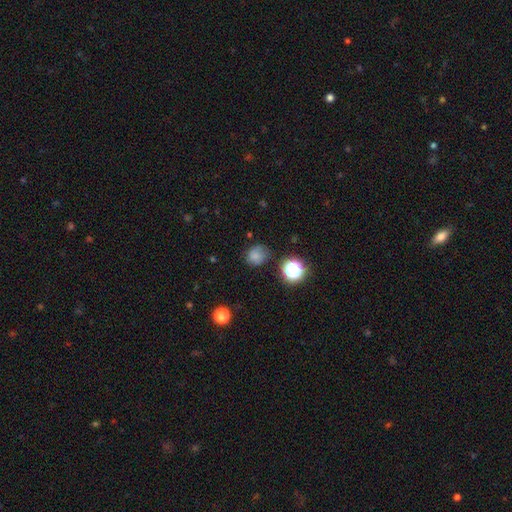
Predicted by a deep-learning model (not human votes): The model was most divided on "merging": none: 69%, minor disturbance: 22%, major disturbance: 7%, merger: 3%. More confident: how rounded — round (78%); smooth or featured — smooth (75%).